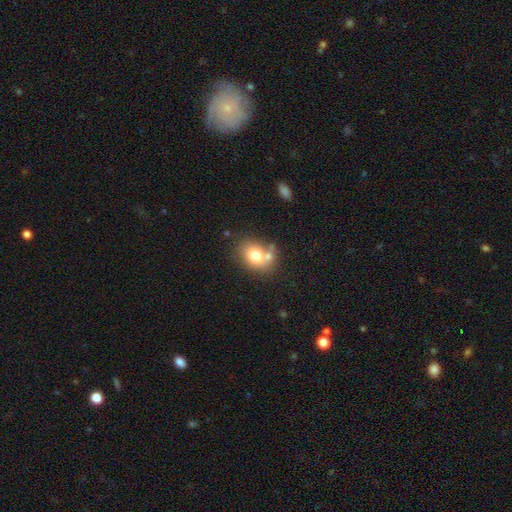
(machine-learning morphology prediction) Smooth or featured: smooth — 74% (featured or disk — 16%)
How rounded: in between — 56% (round — 43%)
Merging: none — 49% (merger — 31%)